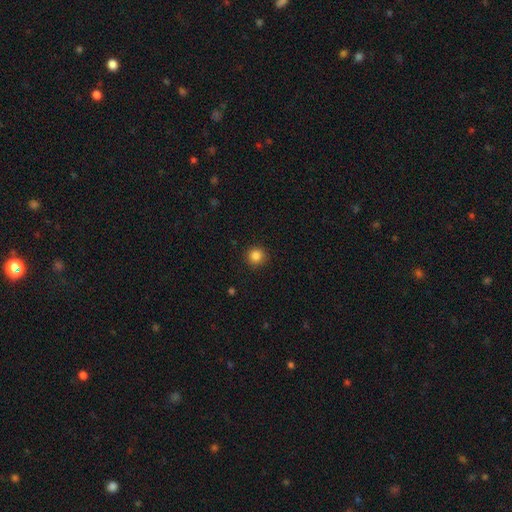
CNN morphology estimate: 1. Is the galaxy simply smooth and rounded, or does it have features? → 85% smooth, 11% star or artifact, 4% featured or disk.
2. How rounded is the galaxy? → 93% round, 6% in between, 1% cigar-shaped.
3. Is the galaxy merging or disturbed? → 90% none, 6% minor disturbance, 2% major disturbance, 1% merger.